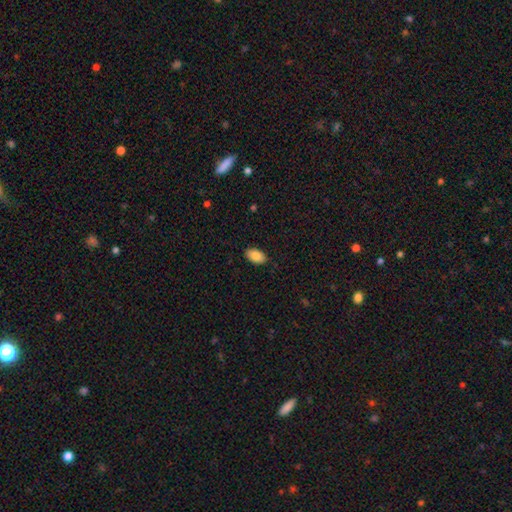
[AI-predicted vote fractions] Smooth or featured? smooth (85%)
How rounded? in between (94%)
Merging? none (89%)